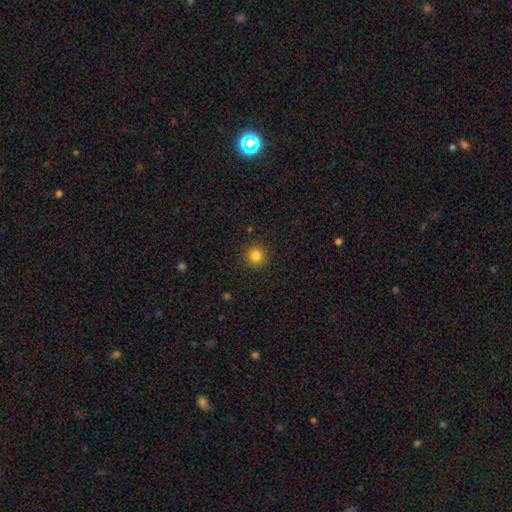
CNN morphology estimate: The model was most divided on "smooth or featured": smooth: 83%, star or artifact: 12%, featured or disk: 5%. More confident: how rounded — round (94%); merging — none (91%).